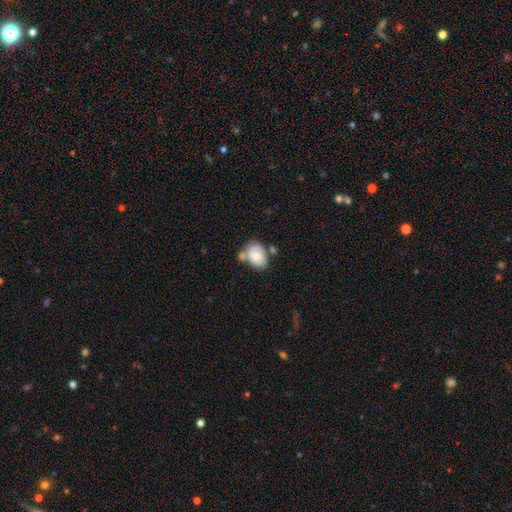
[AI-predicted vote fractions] Morphology: type=smooth (64%); roundness=in between (71%); merging=none (38%).